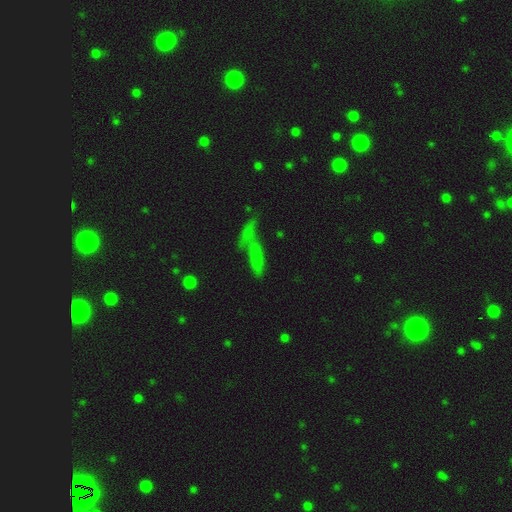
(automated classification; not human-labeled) Smooth or featured?
  - smooth: 60% *
  - featured or disk: 21%
  - star or artifact: 19%
How rounded?
  - cigar-shaped: 66% *
  - in between: 29%
  - round: 5%
Merging?
  - none: 44% *
  - minor disturbance: 19%
  - merger: 19%
  - major disturbance: 18%